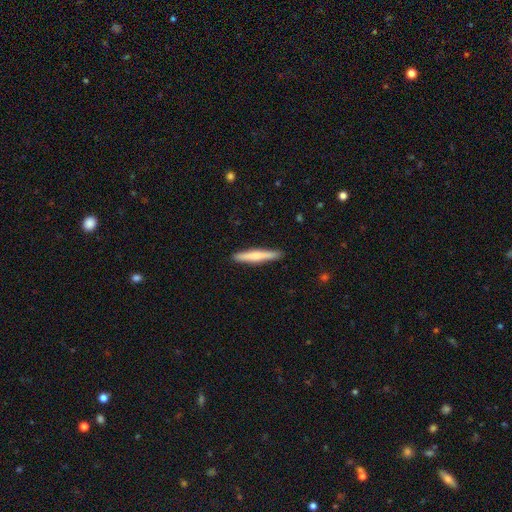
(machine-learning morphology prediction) smooth-or-featured: smooth: 63% | featured or disk: 32% | star or artifact: 5%
  how-rounded: cigar-shaped: 94% | in between: 5% | round: 1%
  merging: none: 91% | minor disturbance: 7% | major disturbance: 1% | merger: 1%